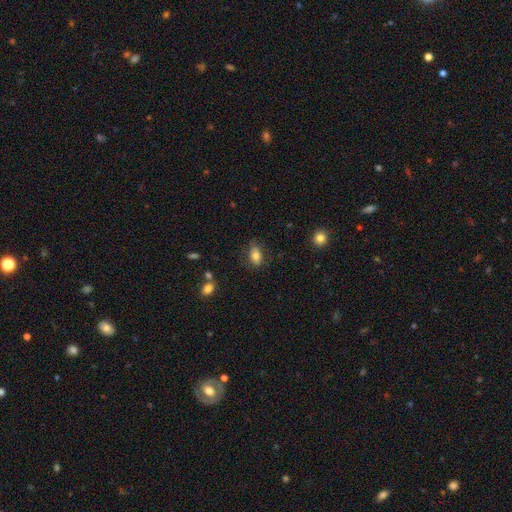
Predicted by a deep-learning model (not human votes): Q: Smooth or featured?
A: smooth (78%); runner-up: featured or disk (14%)
Q: How rounded?
A: in between (87%); runner-up: round (11%)
Q: Merging?
A: none (72%); runner-up: minor disturbance (20%)